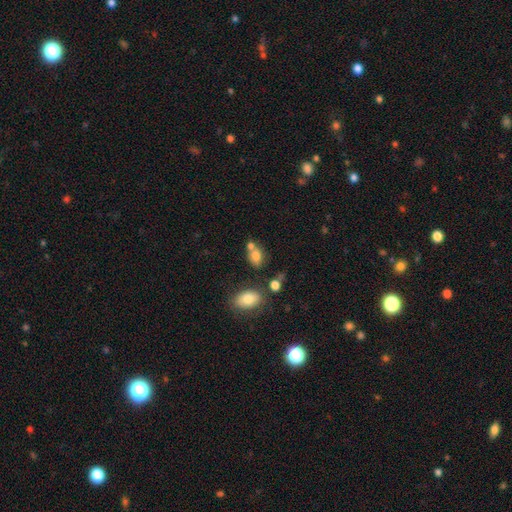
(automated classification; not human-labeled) Morphology: type=smooth (77%); roundness=in between (74%); merging=none (48%).